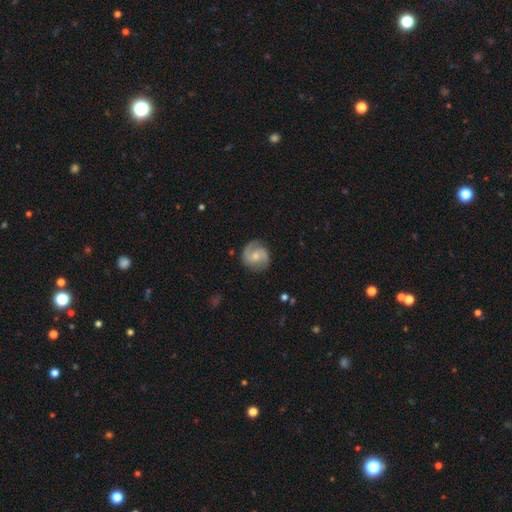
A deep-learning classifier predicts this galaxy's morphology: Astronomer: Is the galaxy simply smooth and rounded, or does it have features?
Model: featured or disk — 79%.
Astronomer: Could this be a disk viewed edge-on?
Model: no — 98%.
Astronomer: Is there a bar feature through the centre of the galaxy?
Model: no — 47% (runner-up: weak, 44%).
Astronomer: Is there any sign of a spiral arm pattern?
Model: yes — 95%.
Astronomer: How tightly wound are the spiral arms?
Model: medium — 53%.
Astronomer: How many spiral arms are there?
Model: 2 — 90%.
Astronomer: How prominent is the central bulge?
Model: moderate — 48% (runner-up: small, 45%).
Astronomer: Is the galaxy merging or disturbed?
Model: none — 83%.